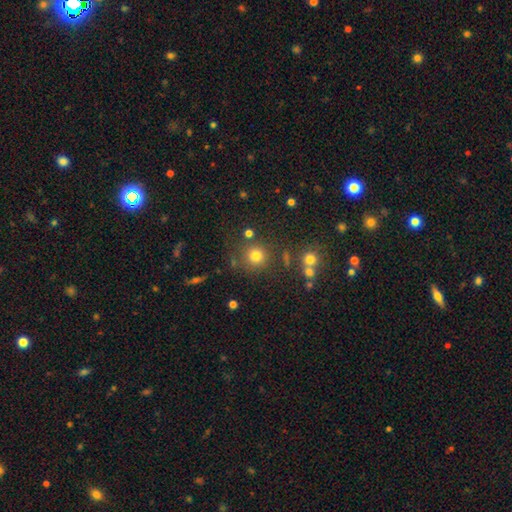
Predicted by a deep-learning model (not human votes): A smooth galaxy with no disk features (76%) that is round (93%). Merging: none (80%).